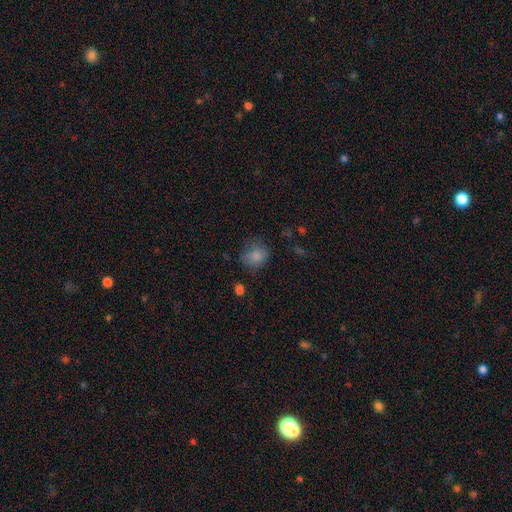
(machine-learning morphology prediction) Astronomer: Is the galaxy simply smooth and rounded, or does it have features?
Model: smooth — 82%.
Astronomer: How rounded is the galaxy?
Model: round — 69%.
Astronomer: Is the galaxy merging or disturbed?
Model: none — 63%.